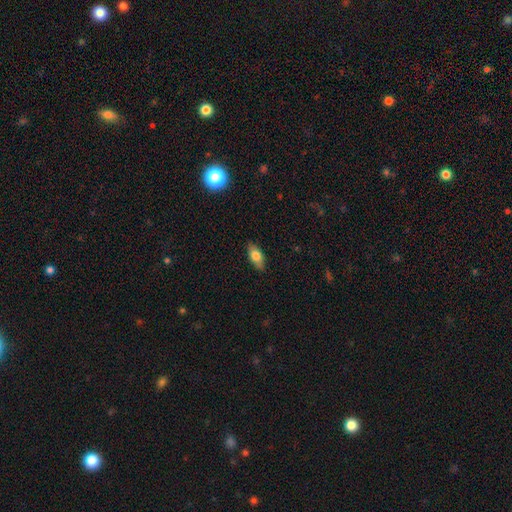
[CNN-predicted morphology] This is likely a smooth galaxy (70%). How rounded: clearly in between (82%). Merging: clearly none (87%).